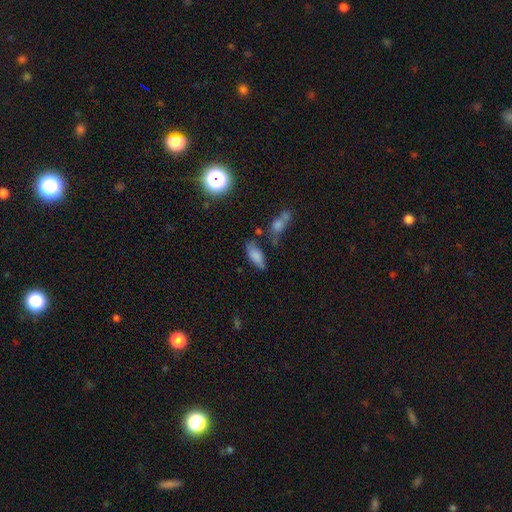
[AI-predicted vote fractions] Smooth or featured? smooth (78%)
How rounded? in between (82%)
Merging? none (59%)